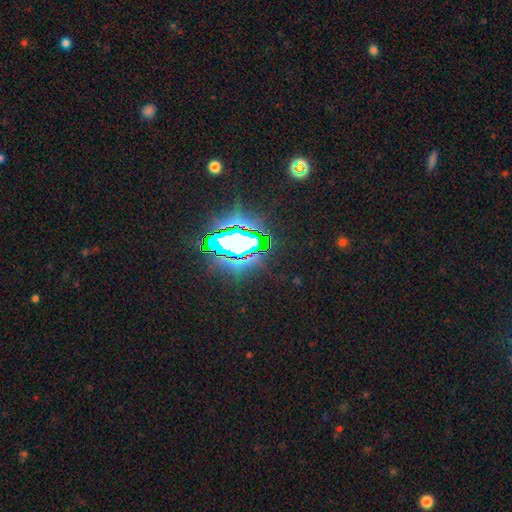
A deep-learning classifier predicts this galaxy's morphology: smooth_or_featured: star or artifact (p=0.80) [alt: smooth p=0.11]